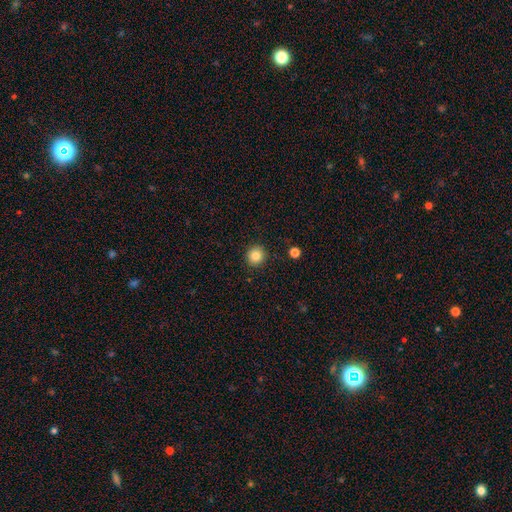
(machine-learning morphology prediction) A smooth galaxy with no disk features (84%) that is round (93%).

Vote fractions:
- Smooth or featured? smooth: 84% / star or artifact: 11% / featured or disk: 5%
- How rounded? round: 93% / in between: 6% / cigar-shaped: 1%
- Merging? none: 92% / minor disturbance: 5% / major disturbance: 2% / merger: 1%